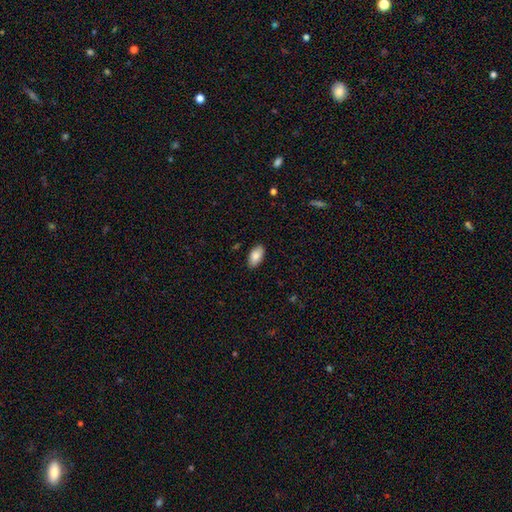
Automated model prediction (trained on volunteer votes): A smooth galaxy with no disk features (86%) that is in between round and cigar-shaped (94%).

Vote fractions:
- Smooth or featured? smooth: 86% / featured or disk: 7% / star or artifact: 7%
- How rounded? in between: 94% / round: 3% / cigar-shaped: 3%
- Merging? none: 88% / minor disturbance: 9% / major disturbance: 2% / merger: 1%